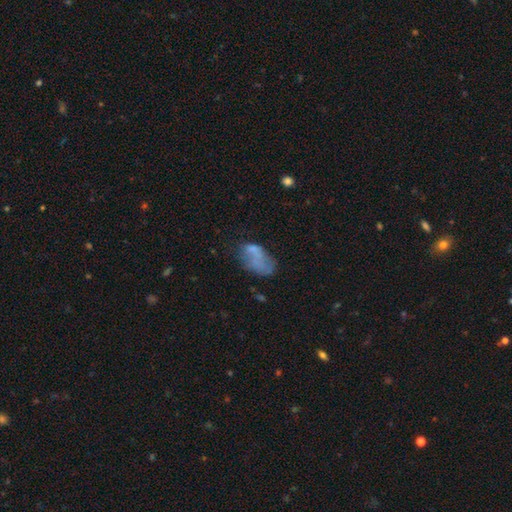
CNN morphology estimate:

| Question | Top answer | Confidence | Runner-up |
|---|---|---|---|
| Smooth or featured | smooth | 52% | featured or disk (35%) |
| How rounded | in between | 90% | round (6%) |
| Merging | none | 36% | minor disturbance (26%) |